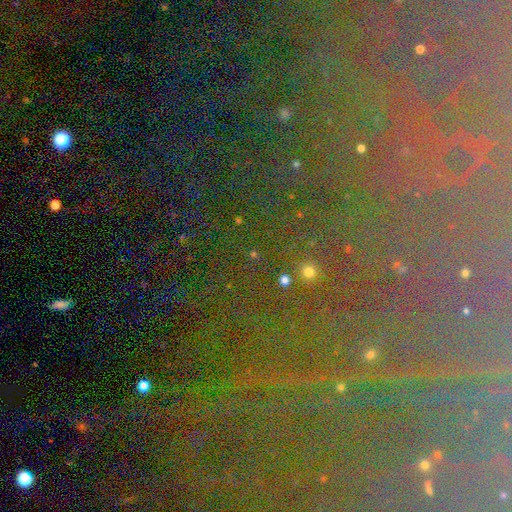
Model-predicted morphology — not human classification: Smooth or featured? Predicted: star or artifact (p=0.80).